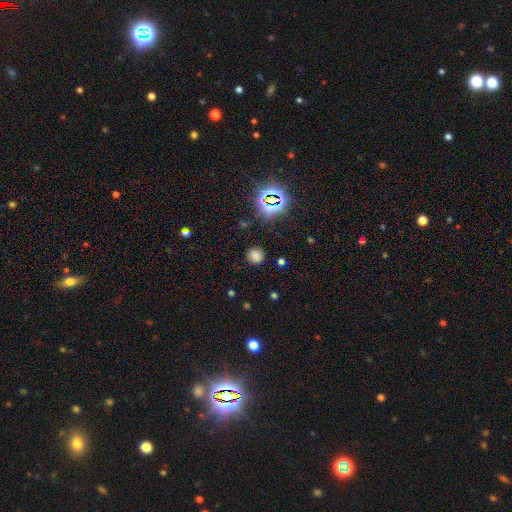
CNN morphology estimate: smooth-or-featured: smooth: 68% | star or artifact: 24% | featured or disk: 8%
  how-rounded: round: 89% | in between: 10% | cigar-shaped: 1%
  merging: none: 86% | minor disturbance: 9% | major disturbance: 3% | merger: 2%